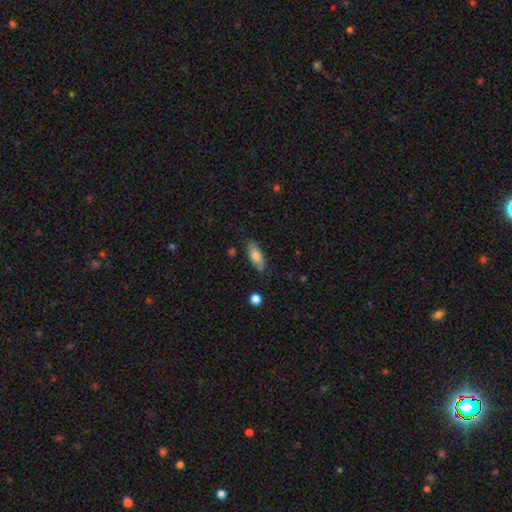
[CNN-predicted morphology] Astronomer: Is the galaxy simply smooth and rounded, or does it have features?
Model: smooth — 76%.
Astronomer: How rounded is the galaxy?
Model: in between — 75%.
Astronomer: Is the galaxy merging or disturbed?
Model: none — 82%.